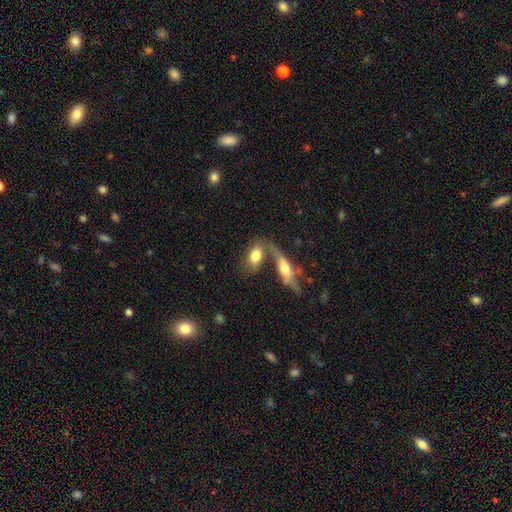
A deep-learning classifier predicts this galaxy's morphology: Smooth or featured? Predicted: smooth (p=0.72). How rounded? Predicted: in between (p=0.83). Merging? Predicted: merger (p=0.44).